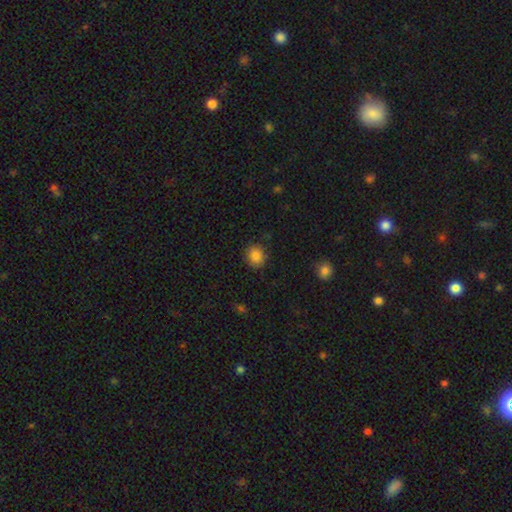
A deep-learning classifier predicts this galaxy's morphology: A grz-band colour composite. It shows a smooth galaxy with no disk features (85%) that is round (78%). Merging: none (85%).